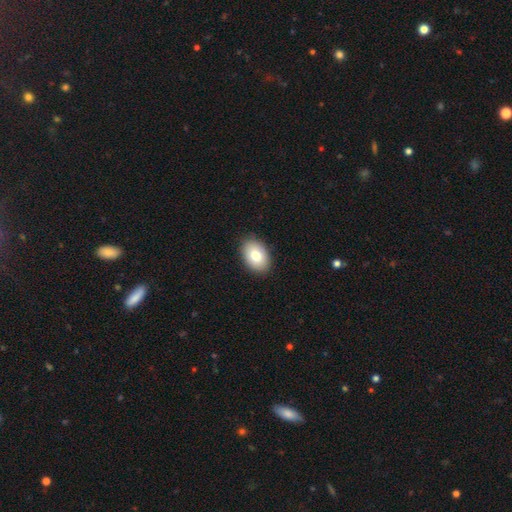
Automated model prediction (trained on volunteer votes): Smooth or featured? Predicted: smooth (p=0.81). How rounded? Predicted: in between (p=0.85). Merging? Predicted: none (p=0.89).